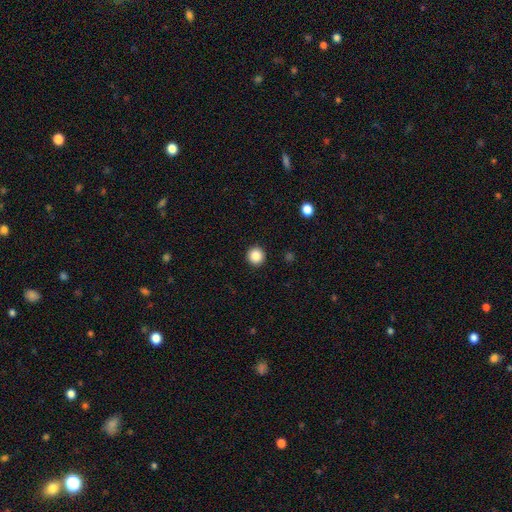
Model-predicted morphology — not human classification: type=smooth (86%); roundness=round (96%); merging=none (93%).